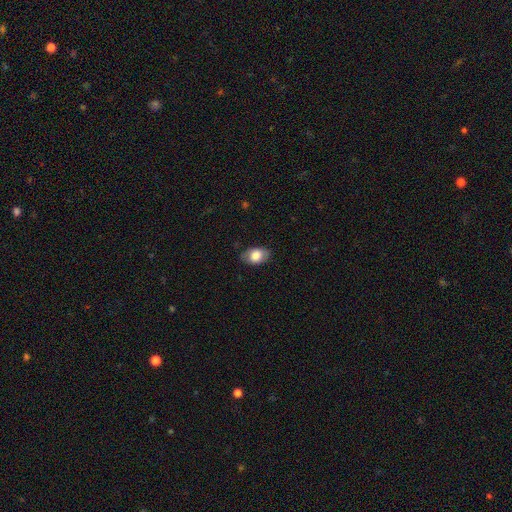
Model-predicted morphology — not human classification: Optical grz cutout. It shows a smooth galaxy with no disk features (79%) that is in between round and cigar-shaped (87%). Merging: none (80%).